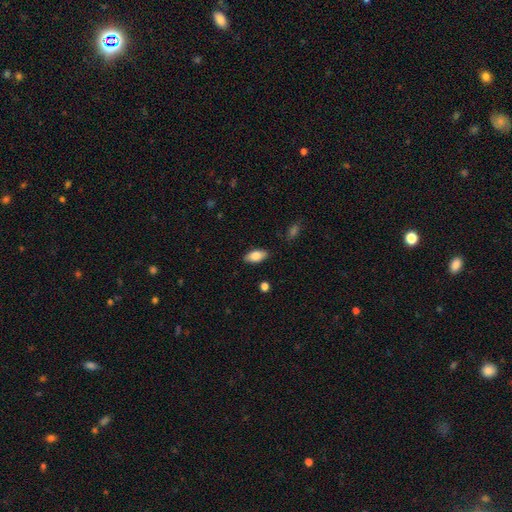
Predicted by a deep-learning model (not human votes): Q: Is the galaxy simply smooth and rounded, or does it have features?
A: smooth — 81%.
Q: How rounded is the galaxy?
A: in between — 90%.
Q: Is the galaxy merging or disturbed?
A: none — 86%.